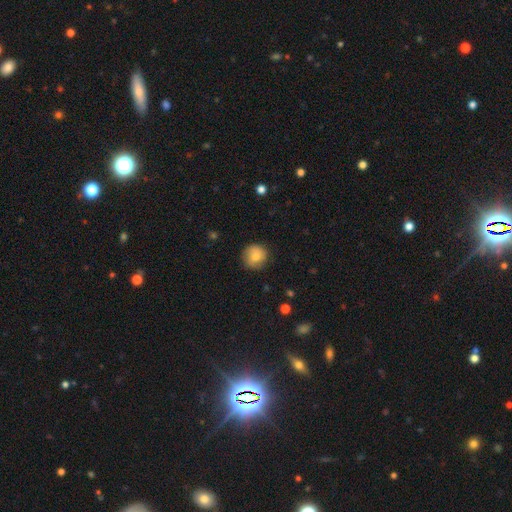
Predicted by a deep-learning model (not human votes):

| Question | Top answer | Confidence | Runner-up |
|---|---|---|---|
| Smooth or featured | smooth | 79% | featured or disk (12%) |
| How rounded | round | 92% | in between (7%) |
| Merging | none | 81% | minor disturbance (15%) |